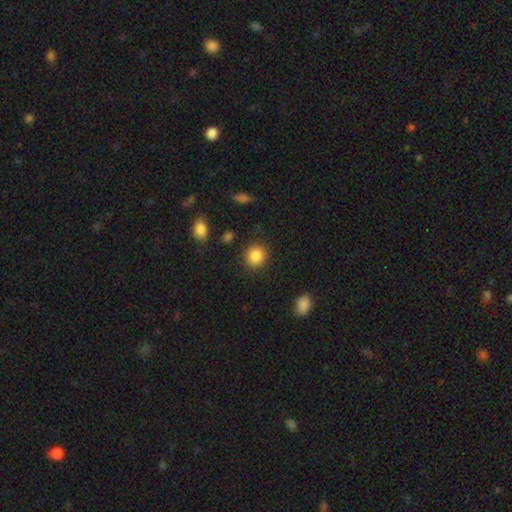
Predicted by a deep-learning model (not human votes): Q: Smooth or featured?
A: smooth (86%); runner-up: star or artifact (9%)
Q: How rounded?
A: round (85%); runner-up: in between (14%)
Q: Merging?
A: none (89%); runner-up: minor disturbance (7%)